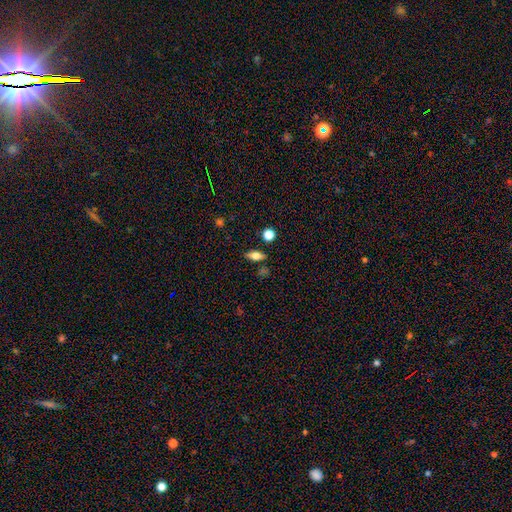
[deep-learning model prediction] Morphology: type=smooth (64%); roundness=in between (74%); merging=none (80%).